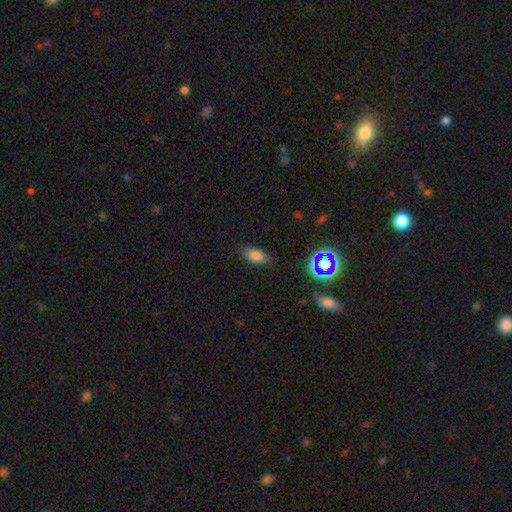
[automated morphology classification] Smooth or featured? Predicted: smooth (p=0.79). How rounded? Predicted: in between (p=0.87). Merging? Predicted: none (p=0.81).